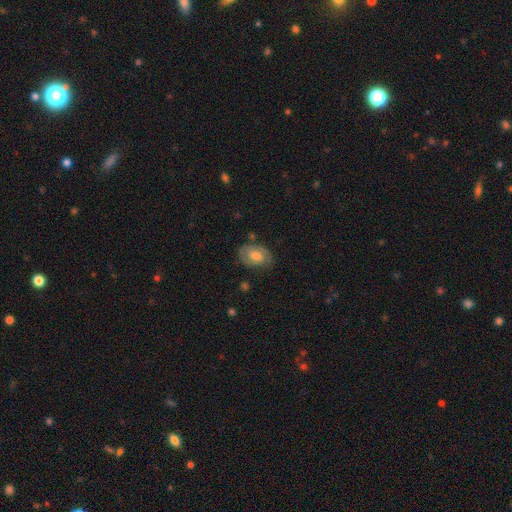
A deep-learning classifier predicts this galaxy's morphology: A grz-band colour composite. It shows a featured or disk galaxy (51%). Merging: none (73%).